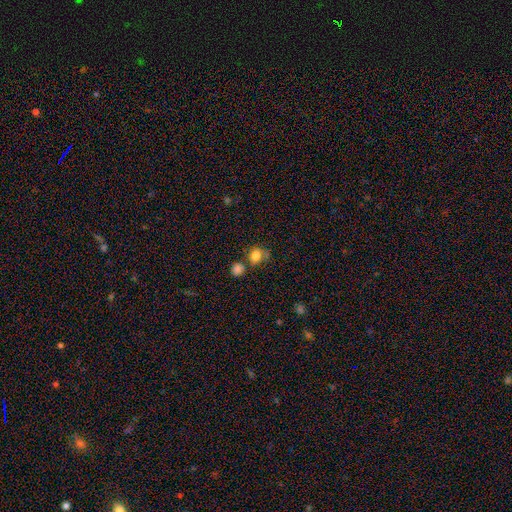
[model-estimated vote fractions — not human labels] Morphology: type=smooth (79%); roundness=round (75%); merging=none (51%).